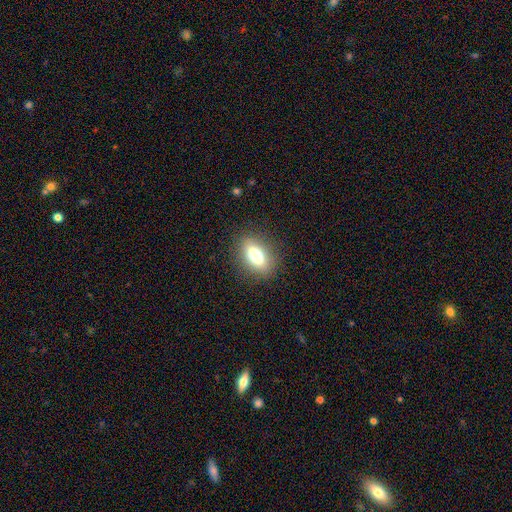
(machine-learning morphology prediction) Smooth or featured? smooth (73%)
How rounded? in between (78%)
Merging? none (86%)